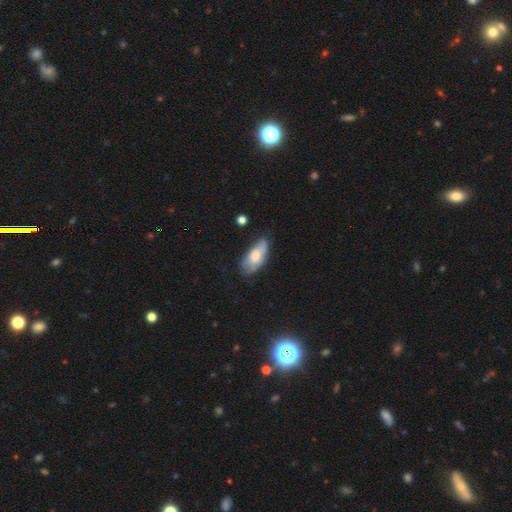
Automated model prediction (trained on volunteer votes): A smooth galaxy with no disk features (64%) that is in between round and cigar-shaped (88%). Merging: none (58%).